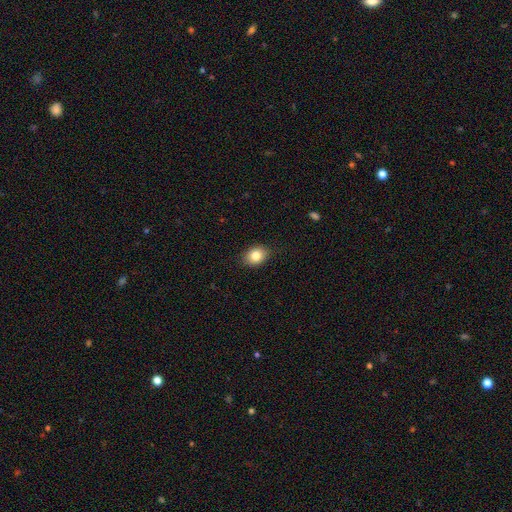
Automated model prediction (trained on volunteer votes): The model was most divided on "how rounded": in between: 65%, round: 34%, cigar-shaped: 1%. More confident: merging — none (87%); smooth or featured — smooth (83%).